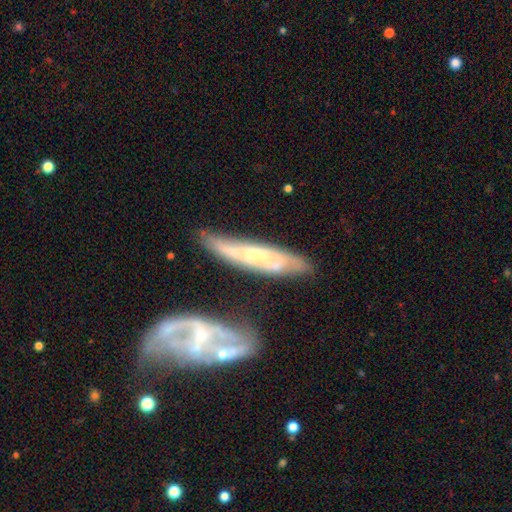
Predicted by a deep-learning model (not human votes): A featured or disk galaxy (68%).

Vote fractions:
- Smooth or featured? featured or disk: 68% / smooth: 26% / star or artifact: 6%
- Edge-on disk? no: 54% / yes: 46%
- Merging? none: 59% / minor disturbance: 20% / merger: 13% / major disturbance: 8%